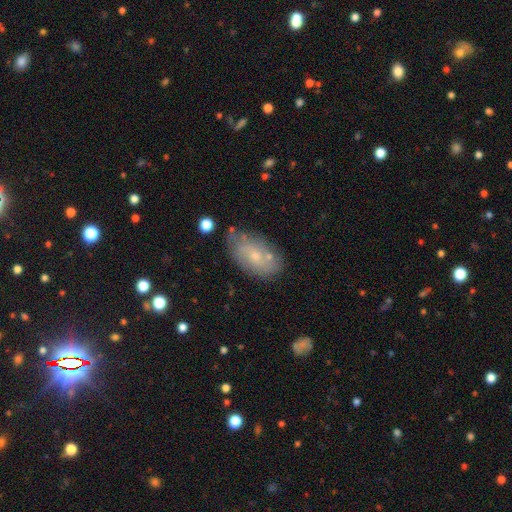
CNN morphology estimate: Q: Smooth or featured?
A: smooth (55%); runner-up: featured or disk (37%)
Q: How rounded?
A: in between (92%); runner-up: round (5%)
Q: Merging?
A: none (68%); runner-up: minor disturbance (21%)